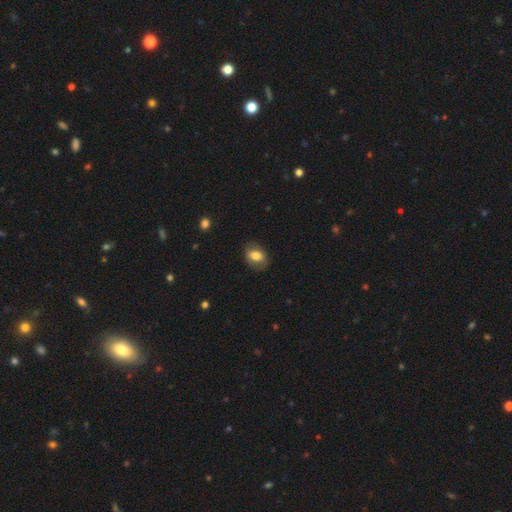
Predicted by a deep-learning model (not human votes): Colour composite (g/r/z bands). It shows a smooth galaxy with no disk features (75%) that is in between round and cigar-shaped (71%). Merging: none (78%).